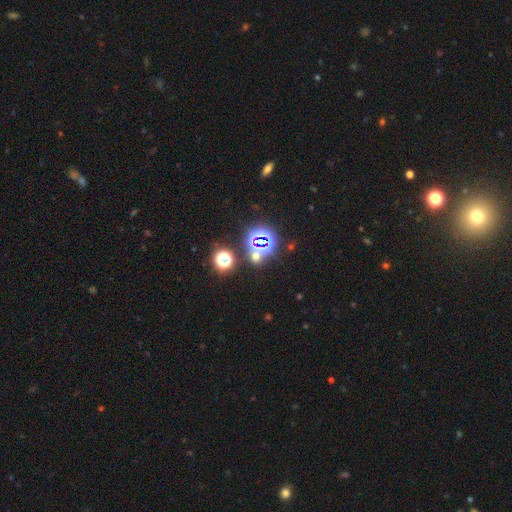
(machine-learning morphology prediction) A star or artifact, not a galaxy (63%).

Vote fractions:
- Smooth or featured? star or artifact: 63% / smooth: 29% / featured or disk: 8%